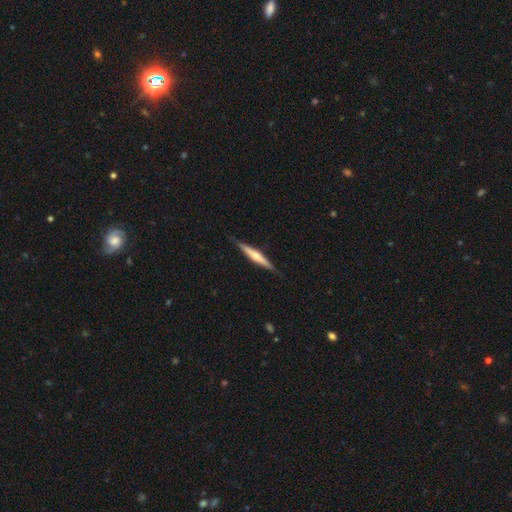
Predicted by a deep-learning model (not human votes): Overall: featured or disk (58%; smooth 36%). Edge-on disk: yes (97%). Edge-on bulge: rounded (68%). Merging: none (87%).